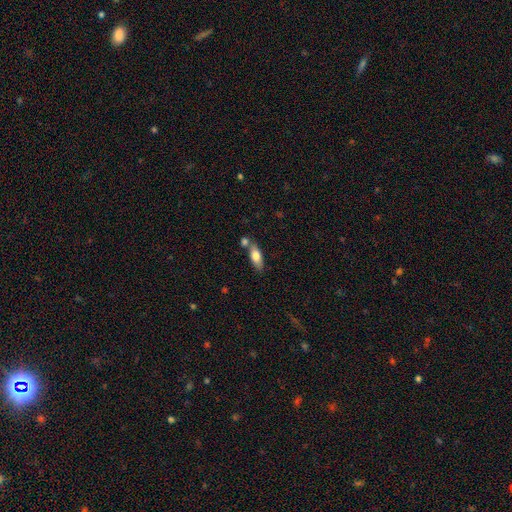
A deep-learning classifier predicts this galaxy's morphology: Overall: smooth (74%). How rounded: in between (73%). Merging: none (59%; merger 23%).